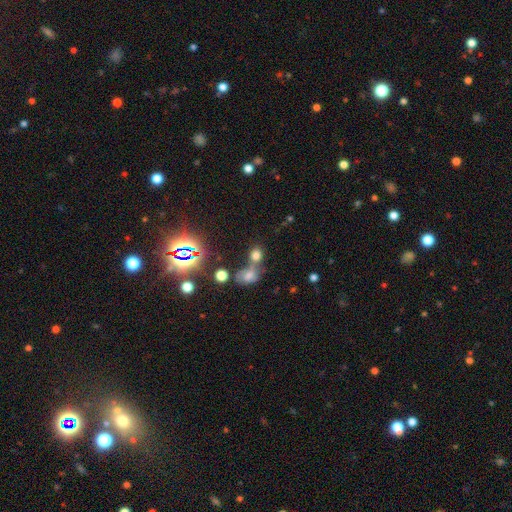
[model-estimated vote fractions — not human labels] Smooth or featured? smooth (64%)
How rounded? round (65%)
Merging? none (44%)